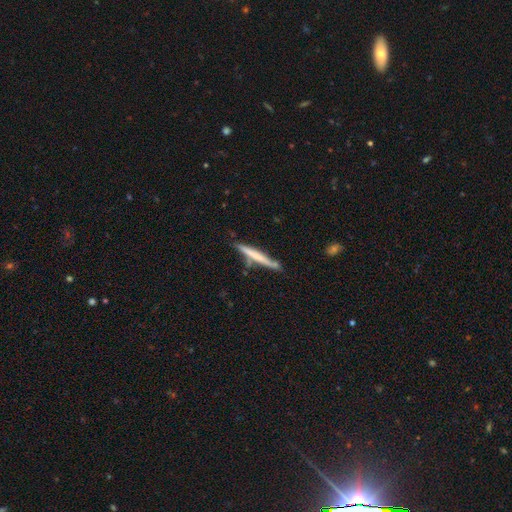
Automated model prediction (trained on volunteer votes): Smooth or featured? Predicted: smooth (p=0.50). How rounded? Predicted: cigar-shaped (p=0.96). Merging? Predicted: none (p=0.74).